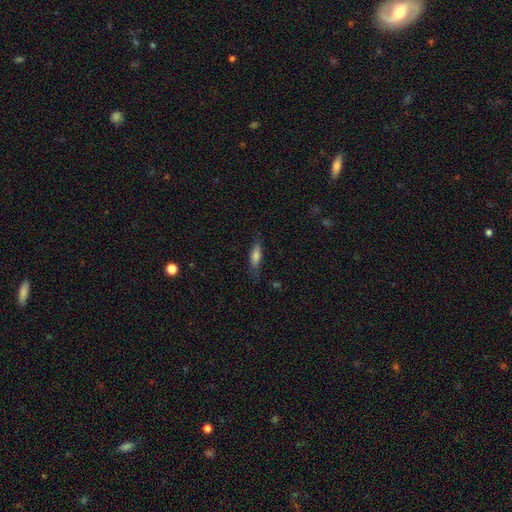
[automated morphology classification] smooth 74%, featured or disk 18%, star or artifact 8%. Down the decision tree: how rounded — in between (51%); merging — none (72%).